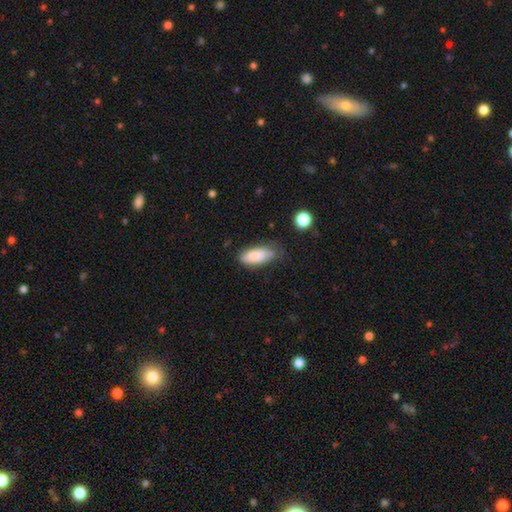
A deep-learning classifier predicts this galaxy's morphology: Smooth or featured: smooth — 83% (featured or disk — 10%)
How rounded: in between — 83% (cigar-shaped — 15%)
Merging: none — 54% (minor disturbance — 34%)